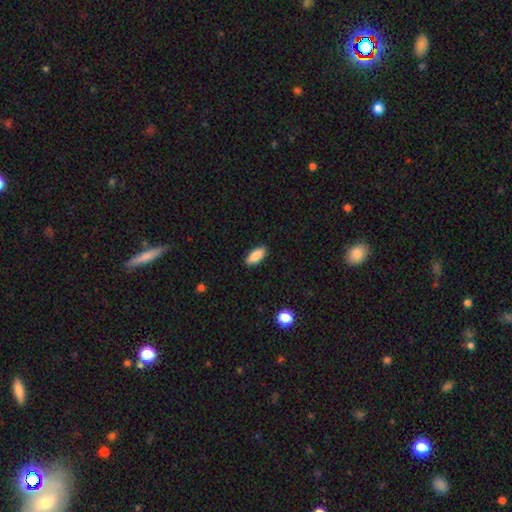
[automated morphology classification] Smooth or featured? smooth (88%)
How rounded? in between (85%)
Merging? none (90%)